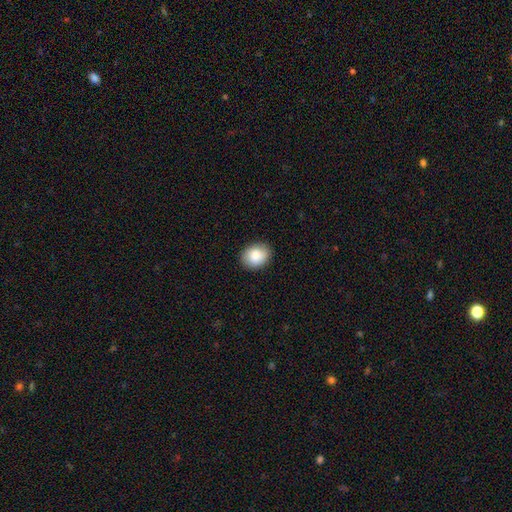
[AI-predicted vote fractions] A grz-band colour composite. It shows a smooth galaxy with no disk features (86%) that is in between round and cigar-shaped (60%). Merging: none (88%).